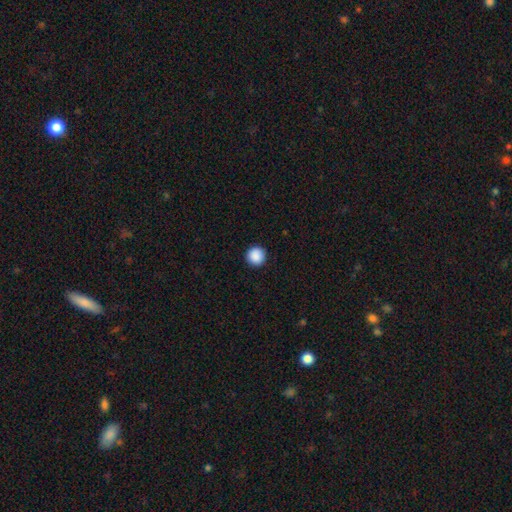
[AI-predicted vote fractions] This is clearly a smooth galaxy (89%). How rounded: clearly round (96%). Merging: clearly none (93%).